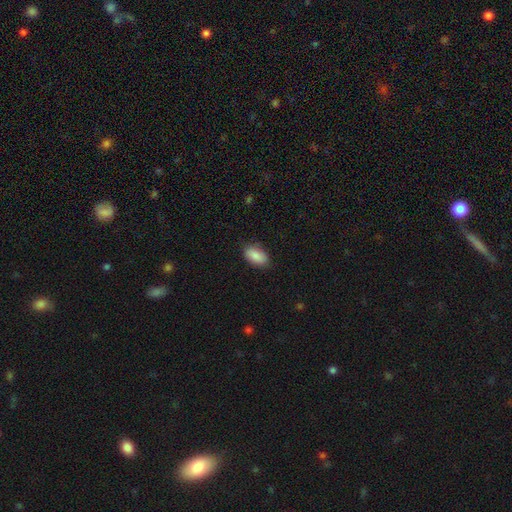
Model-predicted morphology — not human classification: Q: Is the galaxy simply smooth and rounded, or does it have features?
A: smooth — 87%.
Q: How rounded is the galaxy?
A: in between — 92%.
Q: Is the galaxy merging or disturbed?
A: none — 81%.